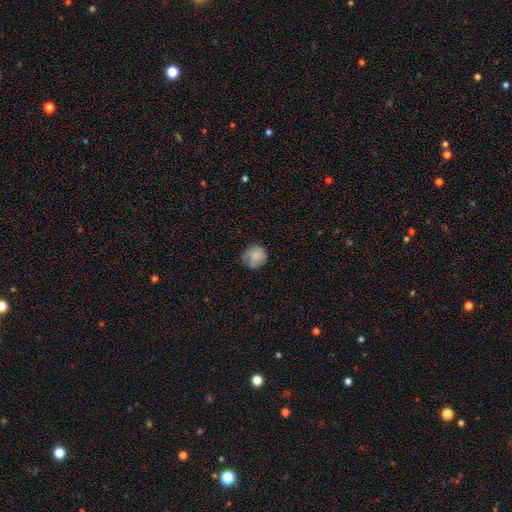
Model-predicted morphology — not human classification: Smooth or featured?
  - smooth: 78% *
  - featured or disk: 13%
  - star or artifact: 8%
How rounded?
  - round: 82% *
  - in between: 17%
  - cigar-shaped: 1%
Merging?
  - none: 63% *
  - minor disturbance: 27%
  - major disturbance: 8%
  - merger: 1%